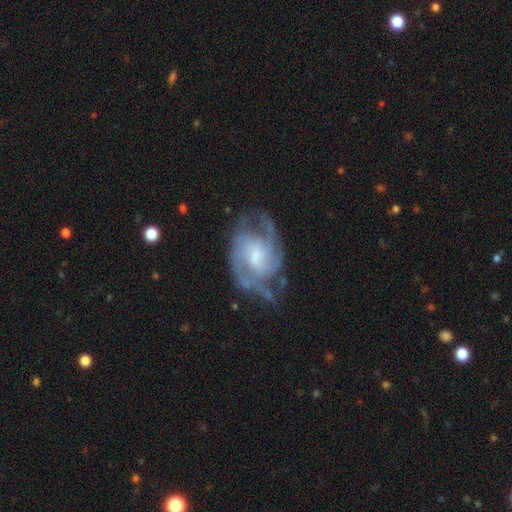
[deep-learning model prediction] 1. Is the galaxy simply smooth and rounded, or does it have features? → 86% featured or disk, 8% smooth, 6% star or artifact.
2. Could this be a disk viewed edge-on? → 97% no, 3% yes.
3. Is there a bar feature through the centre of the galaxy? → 47% weak, 42% no, 10% strong.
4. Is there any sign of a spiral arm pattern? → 95% yes, 5% no.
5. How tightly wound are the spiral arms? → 50% medium, 36% tight, 14% loose.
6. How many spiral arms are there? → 44% 2, 23% 3, 18% can't tell, 6% 4, 4% 1, 4% more than 4.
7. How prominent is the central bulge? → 41% small, 39% moderate, 11% none, 8% large, 1% dominant.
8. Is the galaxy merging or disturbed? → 64% none, 21% minor disturbance, 13% major disturbance, 2% merger.